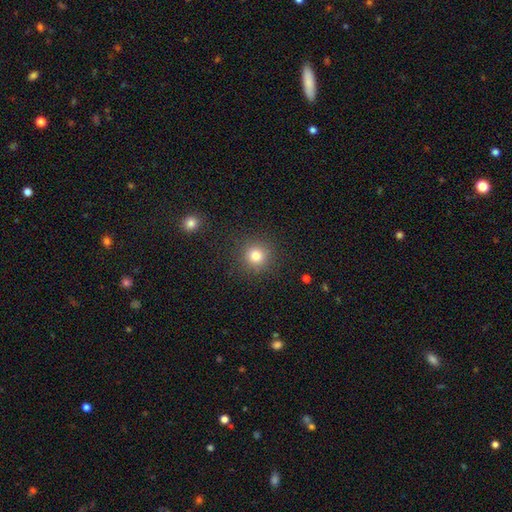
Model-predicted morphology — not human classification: smooth 81%, star or artifact 13%, featured or disk 6%. Down the decision tree: how rounded — round (94%); merging — none (89%).